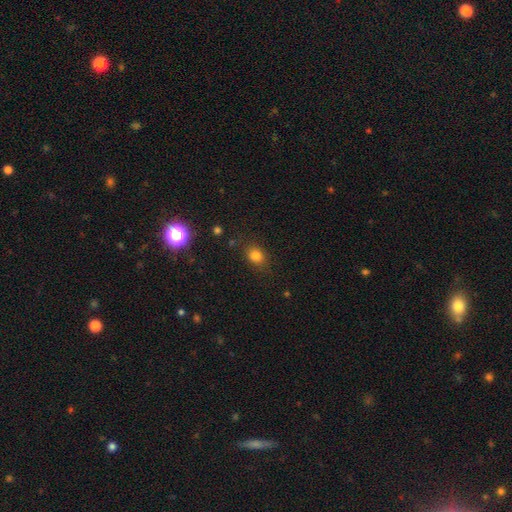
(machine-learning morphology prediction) smooth 80%, star or artifact 14%, featured or disk 6%. Down the decision tree: how rounded — round (54%); merging — none (80%).